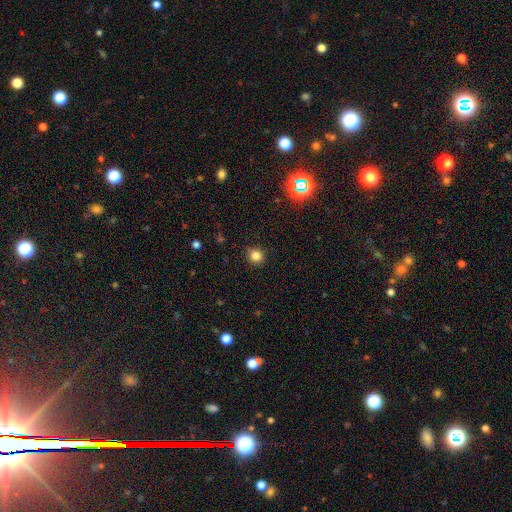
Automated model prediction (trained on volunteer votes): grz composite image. It shows a smooth galaxy with no disk features (82%) that is round (90%). Merging: none (90%).